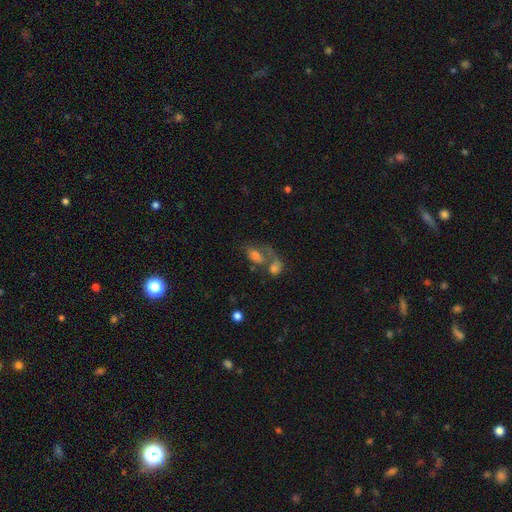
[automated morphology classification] Smooth or featured? smooth (57%)
How rounded? in between (82%)
Merging? merger (51%)